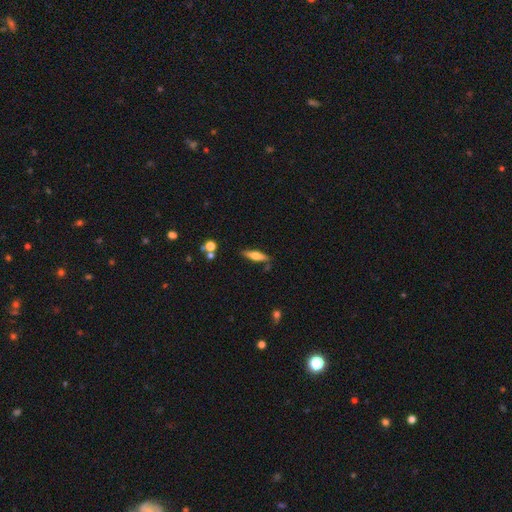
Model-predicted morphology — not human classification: A smooth galaxy with no disk features (51%) that is cigar-shaped (66%).

Vote fractions:
- Smooth or featured? smooth: 51% / featured or disk: 41% / star or artifact: 7%
- How rounded? cigar-shaped: 66% / in between: 32% / round: 2%
- Merging? none: 81% / minor disturbance: 12% / merger: 4% / major disturbance: 3%